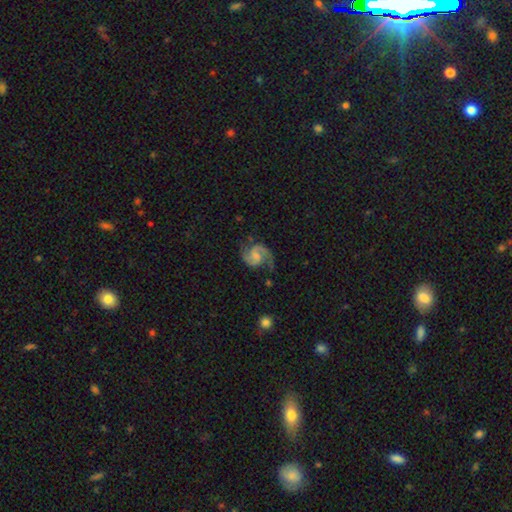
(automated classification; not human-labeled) This appears to be a featured or disk galaxy (90%) with no bar (46%), 2 (93%) medium (59%) spiral arms (98%) and a small central bulge (38%). Merging: none (73%).